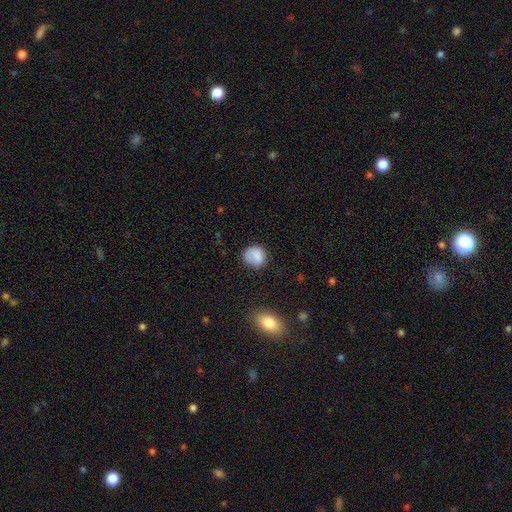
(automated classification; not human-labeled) Morphology: type=smooth (83%); roundness=round (80%); merging=none (68%).